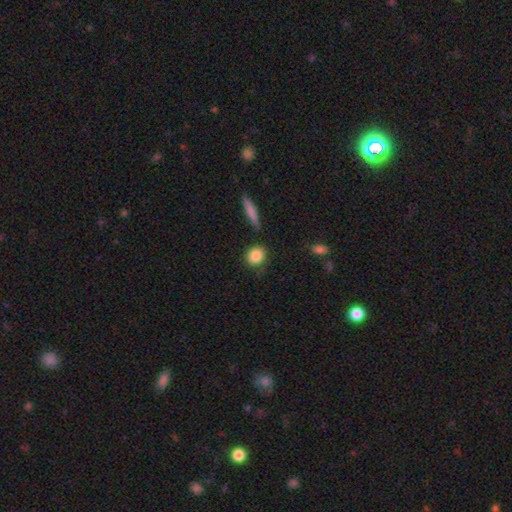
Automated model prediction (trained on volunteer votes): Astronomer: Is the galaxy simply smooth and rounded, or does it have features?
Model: smooth — 87%.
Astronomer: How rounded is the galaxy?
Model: round — 68%.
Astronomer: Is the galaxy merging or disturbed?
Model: none — 81%.